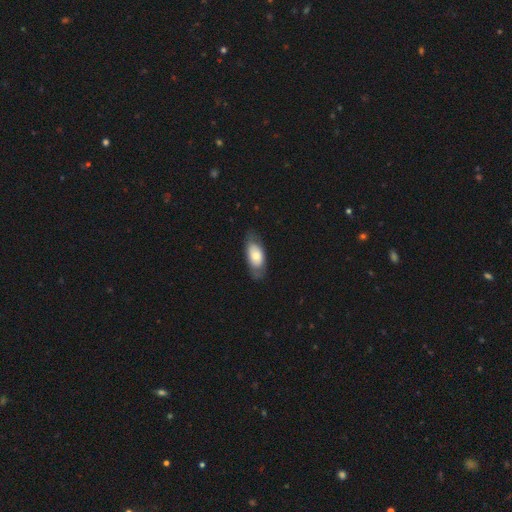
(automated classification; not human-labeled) Morphology: type=smooth (65%); roundness=in between (87%); merging=none (72%).